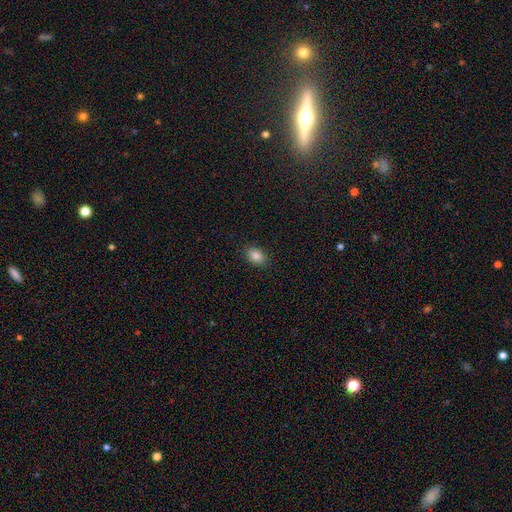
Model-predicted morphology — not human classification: Q: Smooth or featured?
A: smooth (86%); runner-up: star or artifact (9%)
Q: How rounded?
A: in between (76%); runner-up: round (22%)
Q: Merging?
A: none (88%); runner-up: minor disturbance (9%)